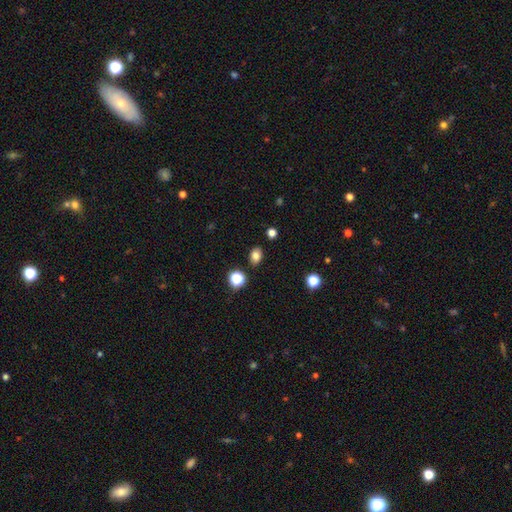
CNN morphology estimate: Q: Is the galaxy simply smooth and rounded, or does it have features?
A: smooth — 81%.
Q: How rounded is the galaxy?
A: in between — 71%.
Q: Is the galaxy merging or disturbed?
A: none — 86%.